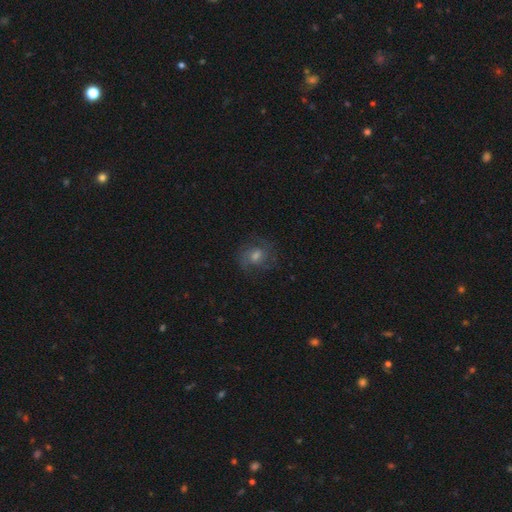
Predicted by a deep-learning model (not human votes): smooth-or-featured: featured or disk: 56% | smooth: 26% | star or artifact: 18%
  disk-edge-on: no: 97% | yes: 3%
    bar: no: 59% | weak: 35% | strong: 6%
    has-spiral-arms: yes: 88% | no: 12%
    bulge-size: moderate: 56% | small: 26% | large: 12% | none: 5% | dominant: 2%
  merging: none: 76% | minor disturbance: 15% | major disturbance: 8% | merger: 1%